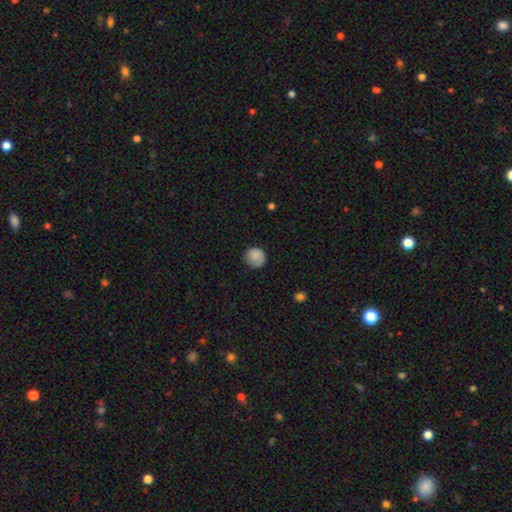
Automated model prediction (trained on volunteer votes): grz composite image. It shows a smooth galaxy with no disk features (83%) that is round (87%). Merging: none (75%).